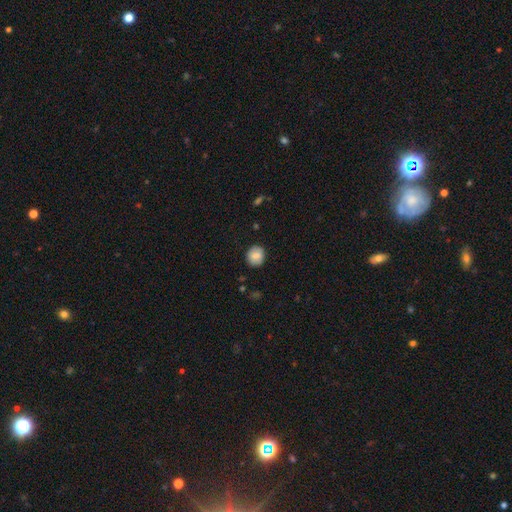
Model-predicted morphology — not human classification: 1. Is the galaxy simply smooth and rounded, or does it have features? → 79% smooth, 13% featured or disk, 8% star or artifact.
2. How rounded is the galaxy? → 78% round, 21% in between, 1% cigar-shaped.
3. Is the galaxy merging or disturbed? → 87% none, 10% minor disturbance, 2% major disturbance, 1% merger.